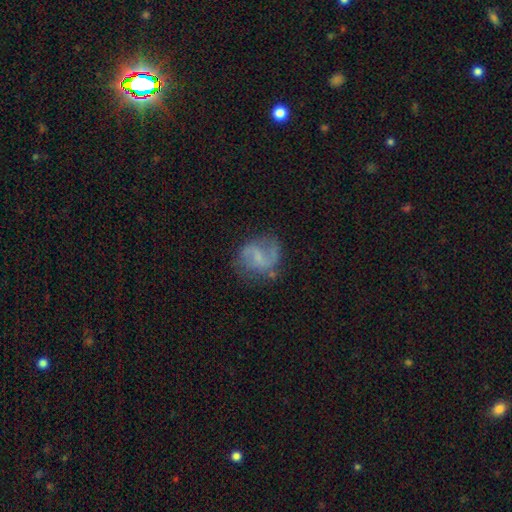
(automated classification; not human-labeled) featured or disk 69%, smooth 23%, star or artifact 8%. Down the decision tree: edge-on disk — no (98%); bar — weak (51%); spiral arms — yes (87%); spiral arm count — 2 (81%); spiral winding — loose (46%); bulge size — none (41%); merging — none (61%).